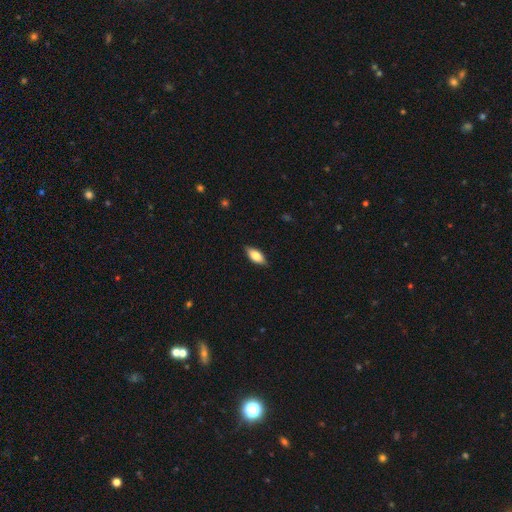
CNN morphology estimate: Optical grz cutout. It shows a smooth galaxy with no disk features (73%) that is in between round and cigar-shaped (84%). Merging: none (85%).